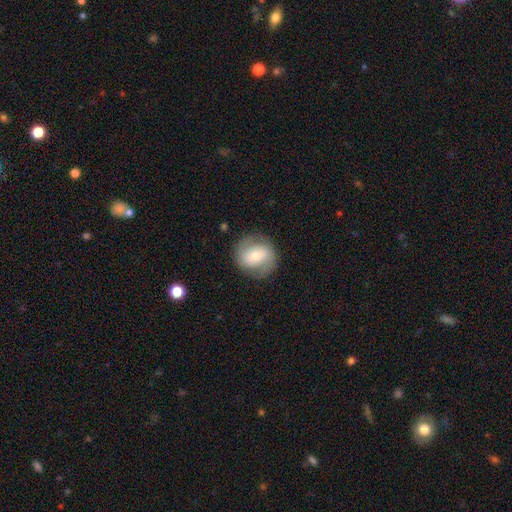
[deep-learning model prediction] Morphology: type=featured or disk (48%); merging=none (82%).